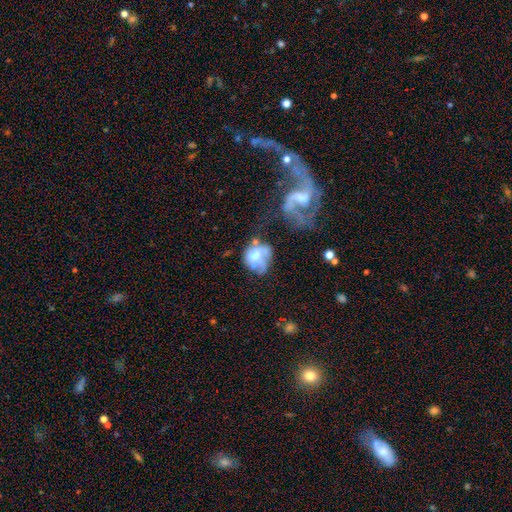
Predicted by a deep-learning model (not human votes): Smooth or featured?
  - featured or disk: 53% *
  - smooth: 37%
  - star or artifact: 10%
Edge-on disk?
  - no: 97% *
  - yes: 3%
Bar?
  - no: 77% *
  - weak: 18%
  - strong: 4%
Spiral arms?
  - no: 62% *
  - yes: 38%
Bulge size?
  - moderate: 56% *
  - small: 19%
  - large: 13%
  - none: 9%
  - dominant: 2%
Merging?
  - major disturbance: 34% *
  - merger: 25%
  - none: 23%
  - minor disturbance: 18%